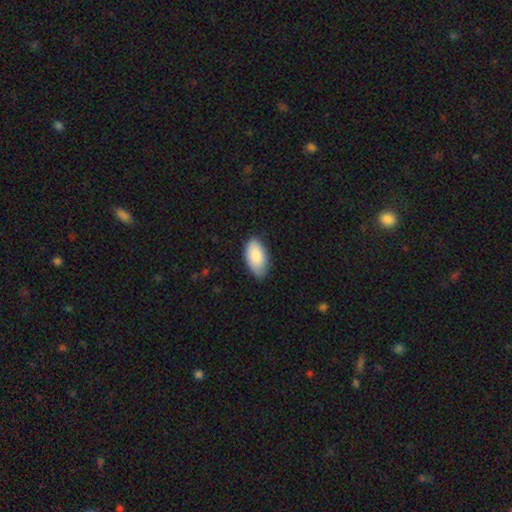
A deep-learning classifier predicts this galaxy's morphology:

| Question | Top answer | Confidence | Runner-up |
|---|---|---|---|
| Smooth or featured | smooth | 86% | featured or disk (9%) |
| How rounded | in between | 95% | round (2%) |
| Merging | none | 78% | minor disturbance (19%) |